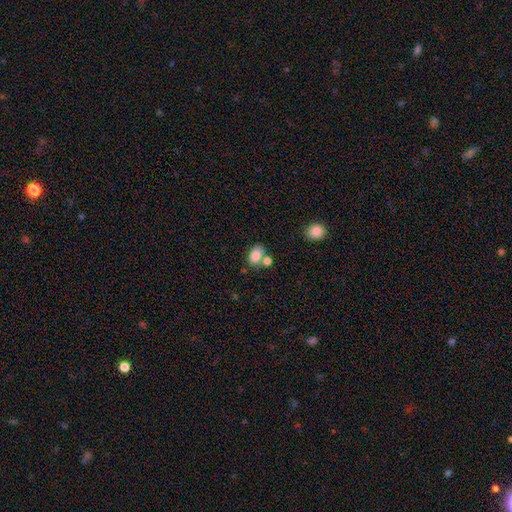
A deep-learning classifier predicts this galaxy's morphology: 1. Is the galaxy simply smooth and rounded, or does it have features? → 82% smooth, 10% star or artifact, 9% featured or disk.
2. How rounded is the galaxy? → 75% in between, 24% round, 1% cigar-shaped.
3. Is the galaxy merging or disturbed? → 51% none, 30% merger, 14% minor disturbance, 5% major disturbance.